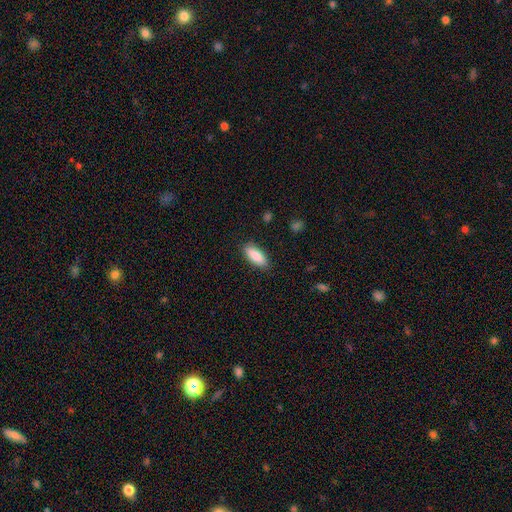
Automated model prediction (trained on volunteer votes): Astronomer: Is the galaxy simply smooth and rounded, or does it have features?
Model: smooth — 88%.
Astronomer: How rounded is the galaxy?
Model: in between — 79%.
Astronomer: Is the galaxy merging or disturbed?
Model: none — 87%.